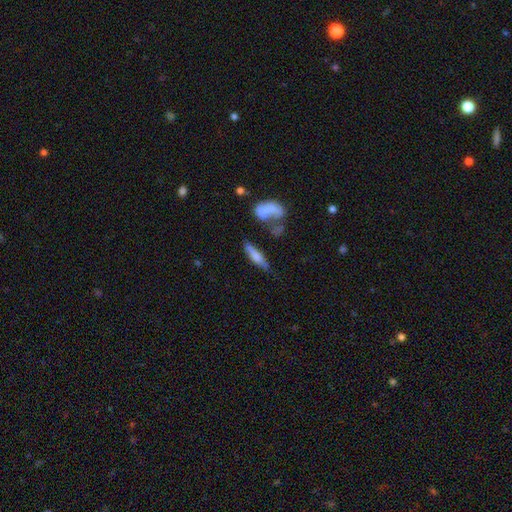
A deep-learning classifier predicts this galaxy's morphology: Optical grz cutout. It shows a smooth galaxy with no disk features (59%) that is cigar-shaped (72%). Merging: none (55%).